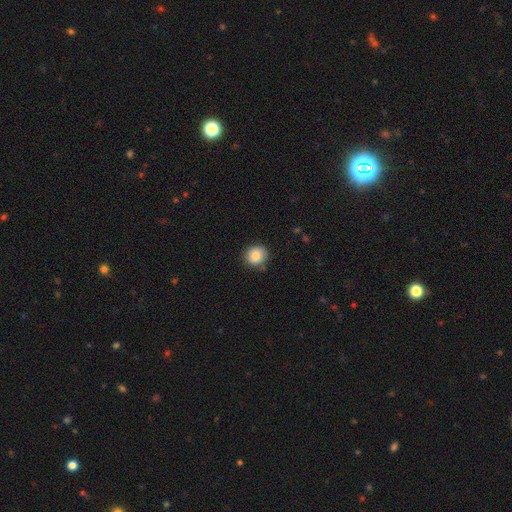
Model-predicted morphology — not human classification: A smooth galaxy with no disk features (86%) that is round (84%). Merging: none (81%).